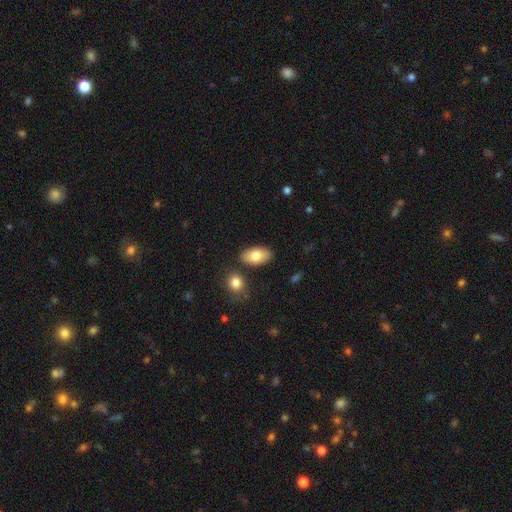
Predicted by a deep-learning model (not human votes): Q: Smooth or featured?
A: smooth (79%); runner-up: featured or disk (15%)
Q: How rounded?
A: in between (93%); runner-up: round (5%)
Q: Merging?
A: none (81%); runner-up: minor disturbance (10%)